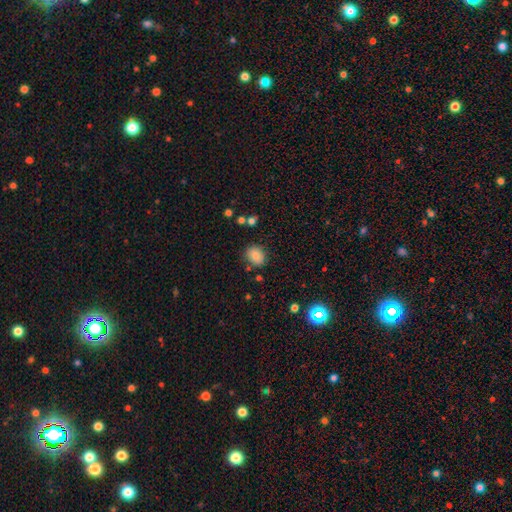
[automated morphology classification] type=smooth (82%); roundness=round (51%); merging=none (81%).